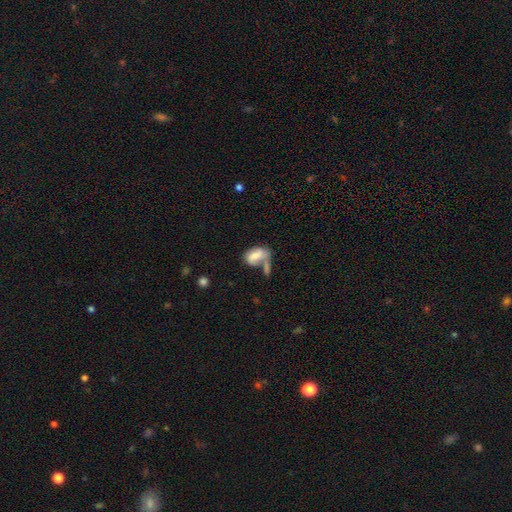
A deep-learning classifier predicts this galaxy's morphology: The model was most divided on "merging": merger: 38%, none: 27%, major disturbance: 18%, minor disturbance: 17%. More confident: how rounded — in between (89%); smooth or featured — smooth (71%).